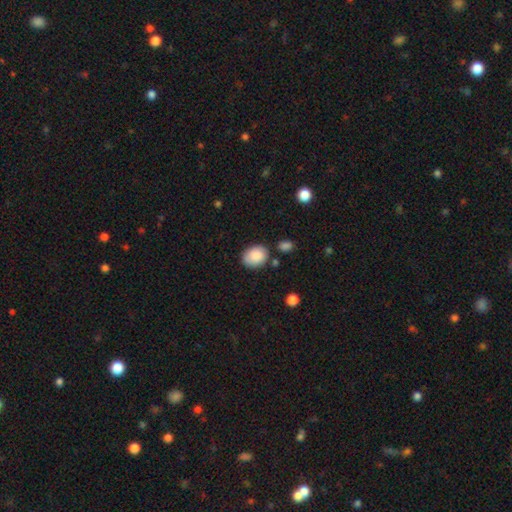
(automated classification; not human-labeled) smooth 88%, star or artifact 7%, featured or disk 5%. Down the decision tree: how rounded — in between (65%); merging — none (74%).